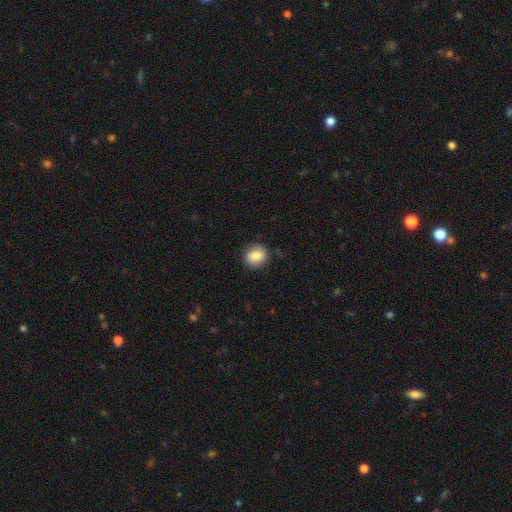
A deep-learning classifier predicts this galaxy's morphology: Smooth or featured? smooth (83%)
How rounded? round (76%)
Merging? none (85%)